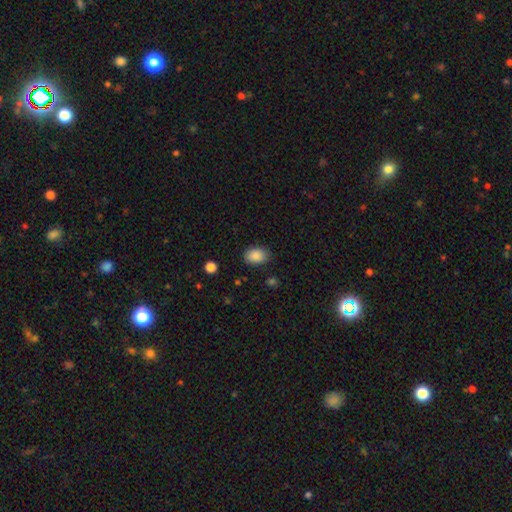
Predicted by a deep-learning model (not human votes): This is clearly a smooth galaxy (88%). How rounded: clearly in between (81%). Merging: clearly none (84%).